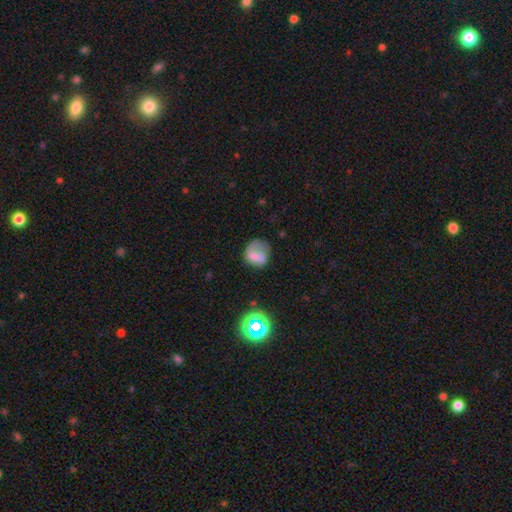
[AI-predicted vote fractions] Morphology: type=smooth (61%); roundness=round (67%); merging=none (40%).